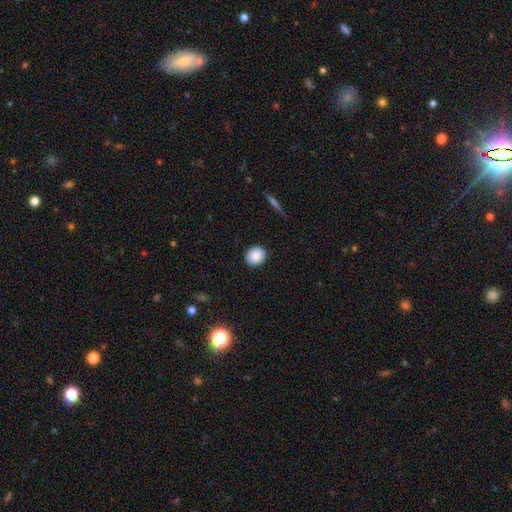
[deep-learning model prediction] Smooth or featured? Predicted: smooth (p=0.85). How rounded? Predicted: round (p=0.71). Merging? Predicted: none (p=0.89).